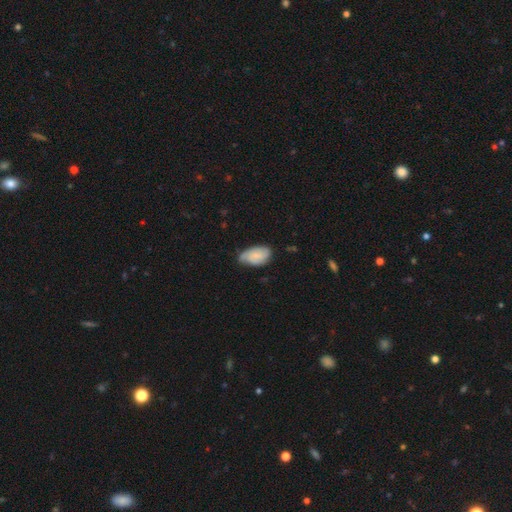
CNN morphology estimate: This appears to be a smooth galaxy with no disk features (57%) that is in between round and cigar-shaped (92%). Merging: none (54%).